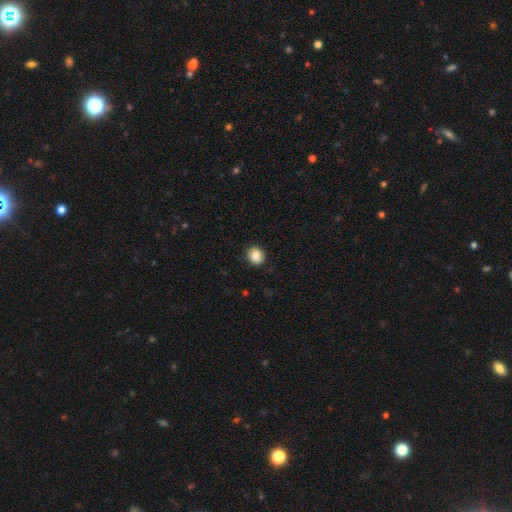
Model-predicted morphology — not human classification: A smooth galaxy with no disk features (86%) that is round (78%).

Vote fractions:
- Smooth or featured? smooth: 86% / star or artifact: 9% / featured or disk: 5%
- How rounded? round: 78% / in between: 22% / cigar-shaped: 1%
- Merging? none: 88% / minor disturbance: 9% / major disturbance: 2% / merger: 1%